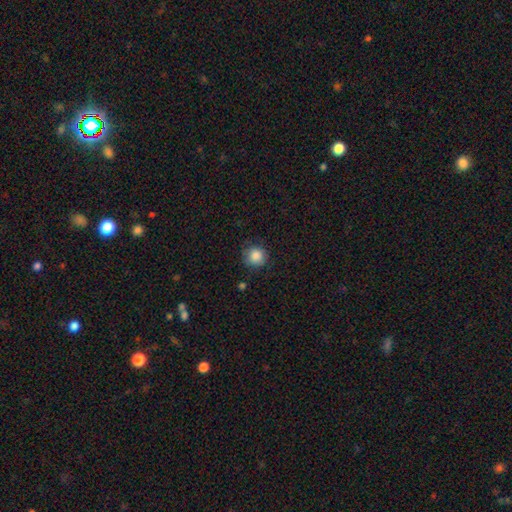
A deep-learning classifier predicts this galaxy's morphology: A smooth galaxy with no disk features (87%) that is round (92%).

Vote fractions:
- Smooth or featured? smooth: 87% / star or artifact: 9% / featured or disk: 4%
- How rounded? round: 92% / in between: 7% / cigar-shaped: 1%
- Merging? none: 84% / minor disturbance: 12% / major disturbance: 3% / merger: 1%